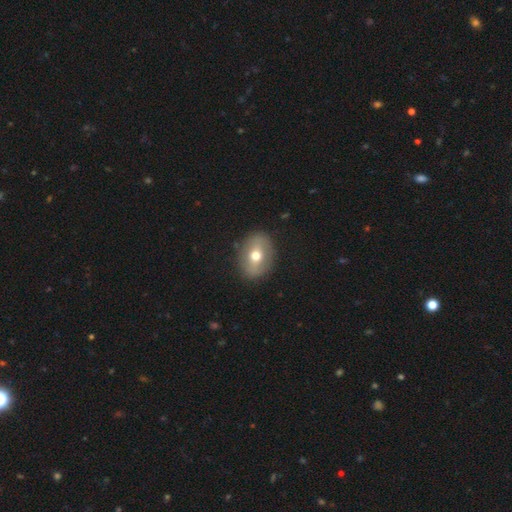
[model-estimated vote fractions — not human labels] A smooth galaxy with no disk features (55%) that is in between round and cigar-shaped (60%). Merging: none (86%).